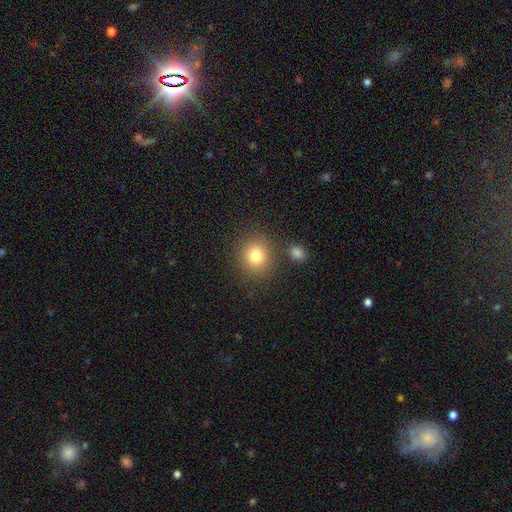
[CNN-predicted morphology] smooth-or-featured: smooth: 80% | star or artifact: 11% | featured or disk: 8%
  how-rounded: round: 82% | in between: 17% | cigar-shaped: 1%
  merging: none: 80% | minor disturbance: 10% | merger: 7% | major disturbance: 4%